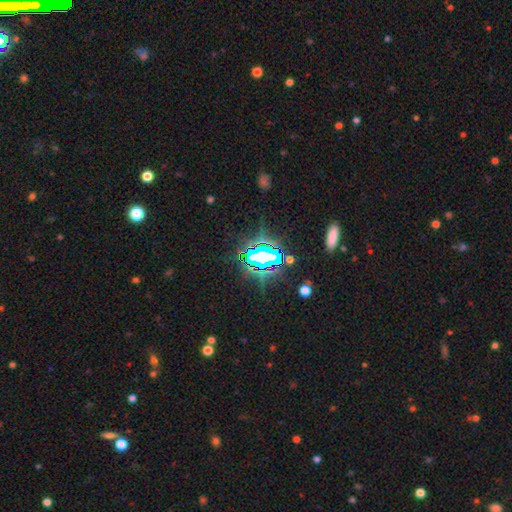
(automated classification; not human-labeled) smooth_or_featured: star or artifact (p=0.82) [alt: smooth p=0.11]